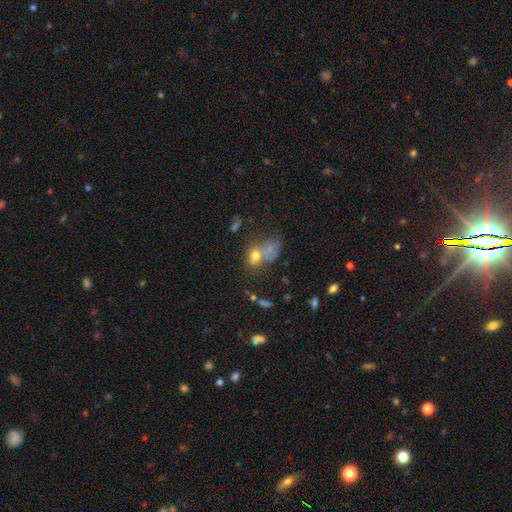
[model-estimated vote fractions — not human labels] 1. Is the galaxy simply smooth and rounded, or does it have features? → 69% smooth, 17% featured or disk, 15% star or artifact.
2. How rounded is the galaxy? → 66% in between, 32% round, 2% cigar-shaped.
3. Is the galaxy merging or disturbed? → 40% merger, 32% none, 15% minor disturbance, 13% major disturbance.